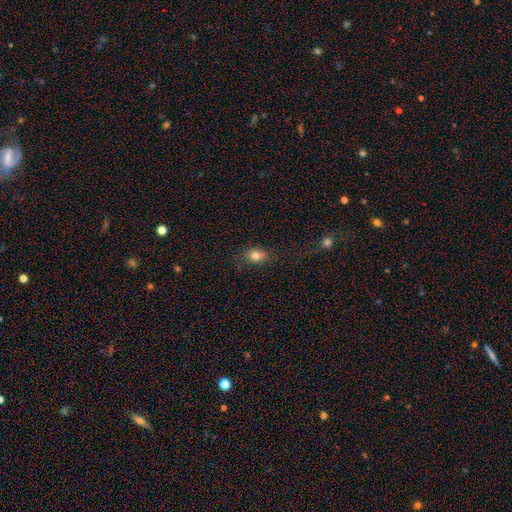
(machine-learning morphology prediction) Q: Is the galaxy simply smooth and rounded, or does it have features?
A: smooth — 79%.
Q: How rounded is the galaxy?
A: in between — 58%.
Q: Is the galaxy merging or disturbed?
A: none — 75%.